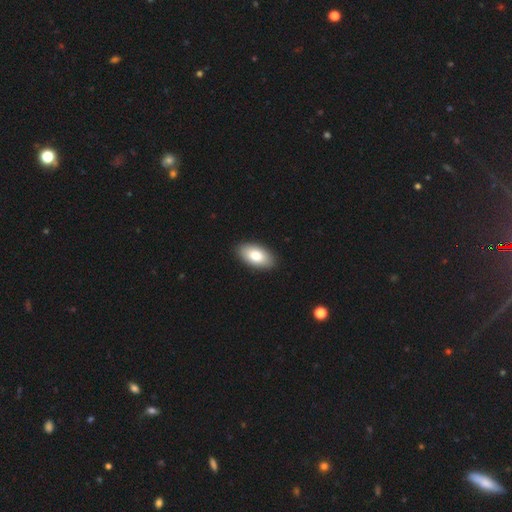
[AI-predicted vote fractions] Smooth or featured? Predicted: smooth (p=0.80). How rounded? Predicted: in between (p=0.95). Merging? Predicted: none (p=0.91).